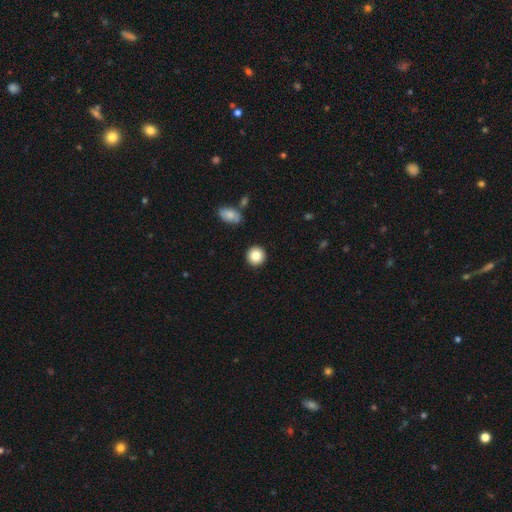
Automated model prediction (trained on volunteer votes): A smooth galaxy with no disk features (84%) that is round (93%). Merging: none (92%).